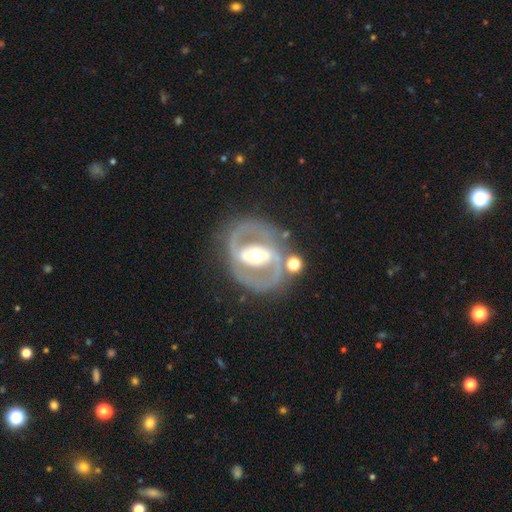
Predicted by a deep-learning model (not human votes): Smooth or featured? featured or disk (85%)
Edge-on disk? no (96%)
Bar? strong (52%)
Spiral arms? yes (80%)
Spiral winding? medium (50%)
Spiral arm count? 2 (86%)
Bulge size? moderate (67%)
Merging? none (73%)